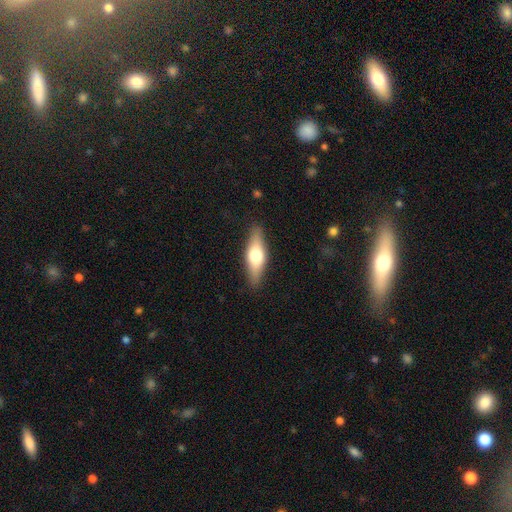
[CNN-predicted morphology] smooth_or_featured: smooth (p=0.54) [alt: featured or disk p=0.41]
how_rounded: in between (p=0.54) [alt: cigar-shaped p=0.44]
merging: none (p=0.86) [alt: minor disturbance p=0.10]